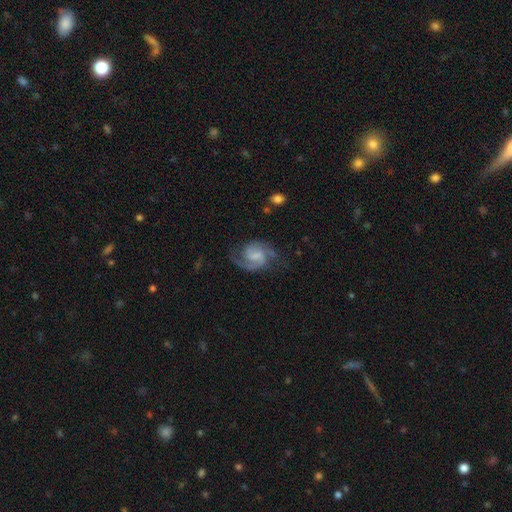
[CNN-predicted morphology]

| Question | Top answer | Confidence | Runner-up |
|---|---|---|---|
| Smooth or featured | featured or disk | 85% | smooth (9%) |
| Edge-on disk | no | 98% | yes (2%) |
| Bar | weak | 54% | no (32%) |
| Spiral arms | yes | 97% | no (3%) |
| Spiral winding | medium | 55% | tight (24%) |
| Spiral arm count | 2 | 86% | can't tell (4%) |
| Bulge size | none | 37% | small (33%) |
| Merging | none | 69% | minor disturbance (19%) |